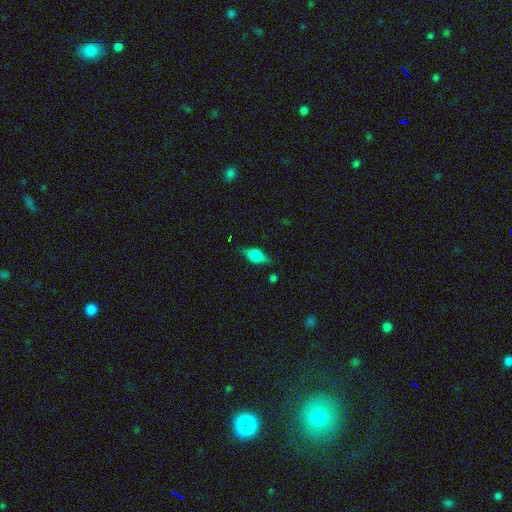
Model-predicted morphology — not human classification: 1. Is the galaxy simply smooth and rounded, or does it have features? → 61% smooth, 31% featured or disk, 8% star or artifact.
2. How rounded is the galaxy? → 80% in between, 13% cigar-shaped, 8% round.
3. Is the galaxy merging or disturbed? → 75% none, 18% minor disturbance, 5% major disturbance, 2% merger.